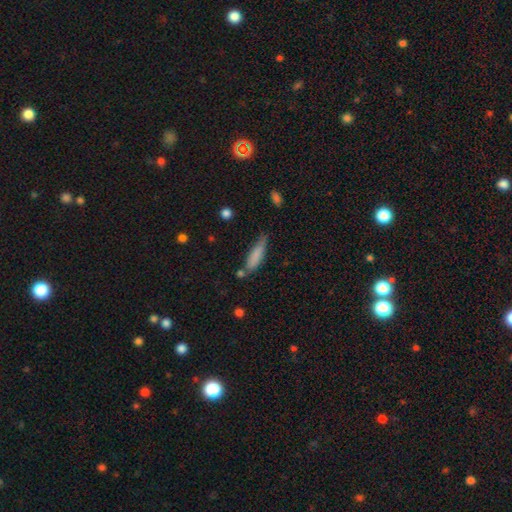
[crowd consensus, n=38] A smooth galaxy with no disk features (68%) that is cigar-shaped (58%). Merging: minor disturbance (41%).